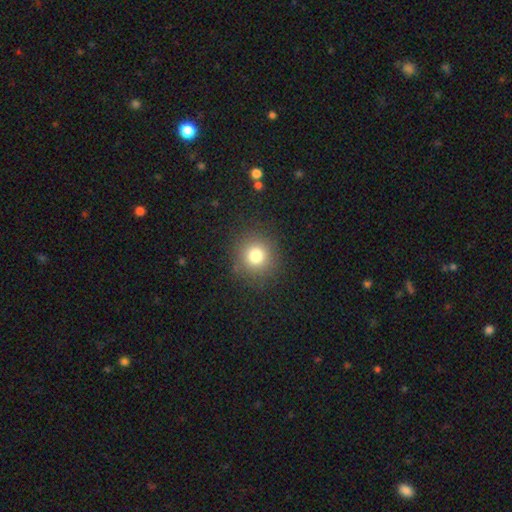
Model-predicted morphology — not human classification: Q: Smooth or featured?
A: smooth (78%); runner-up: star or artifact (15%)
Q: How rounded?
A: round (92%); runner-up: in between (7%)
Q: Merging?
A: none (89%); runner-up: minor disturbance (7%)